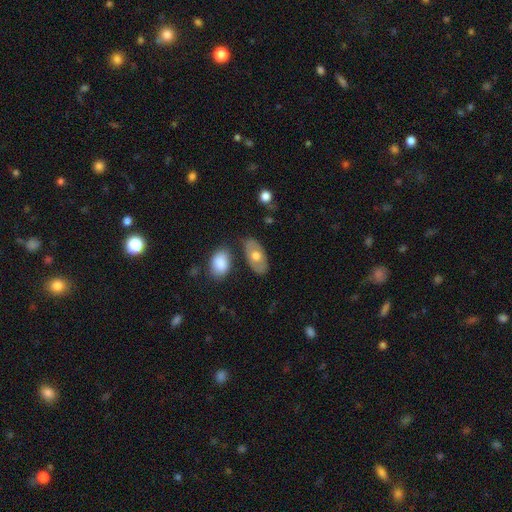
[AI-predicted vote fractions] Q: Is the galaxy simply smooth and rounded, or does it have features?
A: smooth — 60%.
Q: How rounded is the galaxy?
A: in between — 93%.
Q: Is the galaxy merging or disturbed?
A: none — 74%.